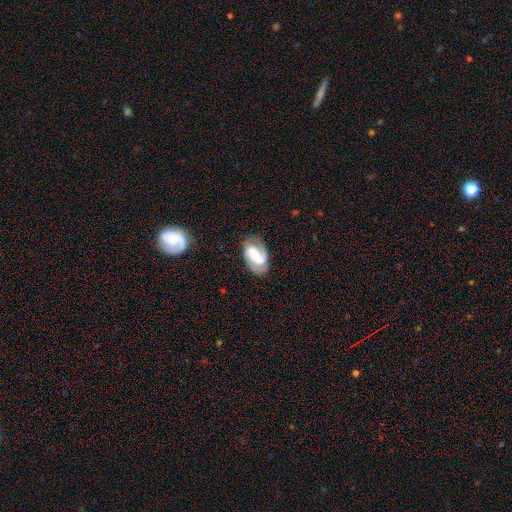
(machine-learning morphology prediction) A featured or disk galaxy (83%) with a weak bar (44%), 2 (82%) medium (47%) spiral arms (95%) and a moderate central bulge (56%).

Vote fractions:
- Smooth or featured? featured or disk: 83% / smooth: 12% / star or artifact: 5%
- Edge-on disk? no: 97% / yes: 3%
- Bar? weak: 44% / strong: 28% / no: 28%
- Spiral arms? yes: 95% / no: 5%
- Spiral winding? medium: 47% / tight: 36% / loose: 17%
- Spiral arm count? 2: 82% / can't tell: 6% / 1: 6% / 3: 3% / 4: 1% / more than 4: 1%
- Bulge size? moderate: 56% / small: 34% / large: 7% / none: 2% / dominant: 1%
- Merging? none: 75% / minor disturbance: 17% / major disturbance: 7% / merger: 2%